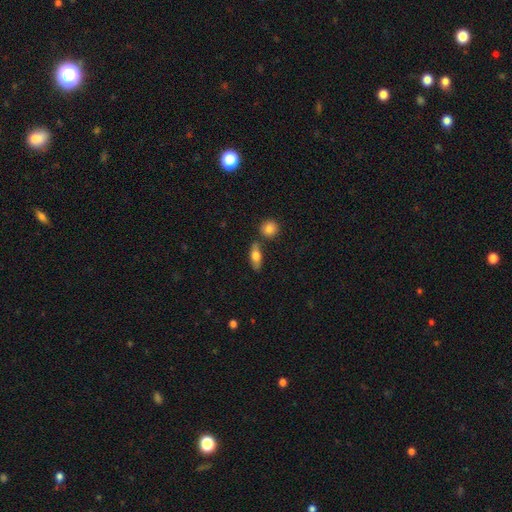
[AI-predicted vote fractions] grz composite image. It shows a smooth galaxy with no disk features (72%) that is in between round and cigar-shaped (74%). Merging: none (74%).